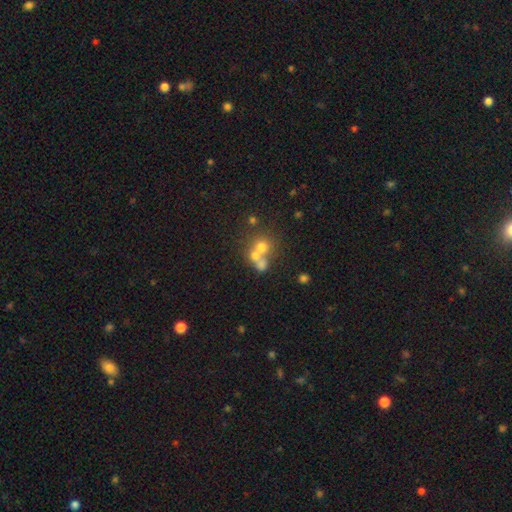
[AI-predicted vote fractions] Smooth or featured: smooth — 61% (featured or disk — 23%)
How rounded: round — 81% (in between — 18%)
Merging: merger — 54% (none — 35%)